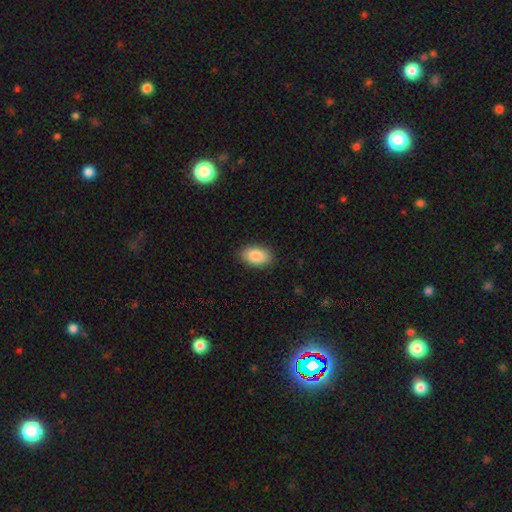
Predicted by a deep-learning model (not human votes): This is clearly a smooth galaxy (88%). How rounded: clearly in between (93%). Merging: clearly none (88%).